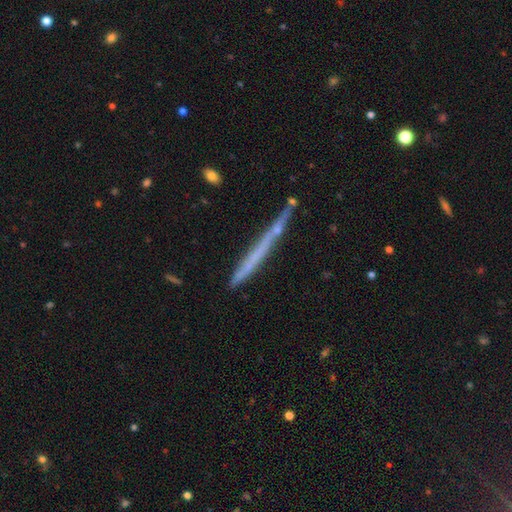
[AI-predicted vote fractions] Smooth or featured: featured or disk — 48% (smooth — 45%)
Merging: none — 80% (minor disturbance — 15%)